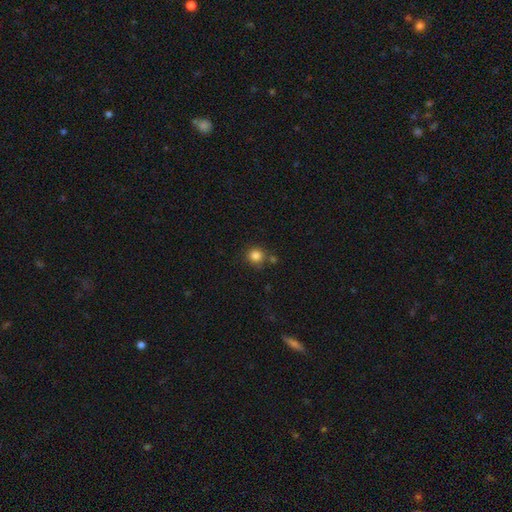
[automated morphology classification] type=smooth (84%); roundness=round (89%); merging=none (75%).